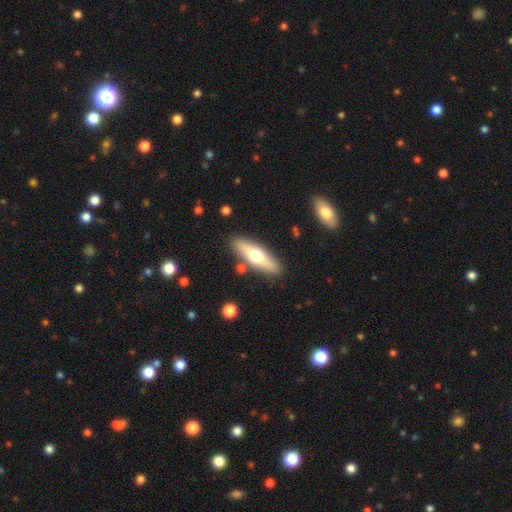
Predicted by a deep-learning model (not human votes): Smooth or featured? Predicted: smooth (p=0.52). How rounded? Predicted: cigar-shaped (p=0.57). Merging? Predicted: none (p=0.85).